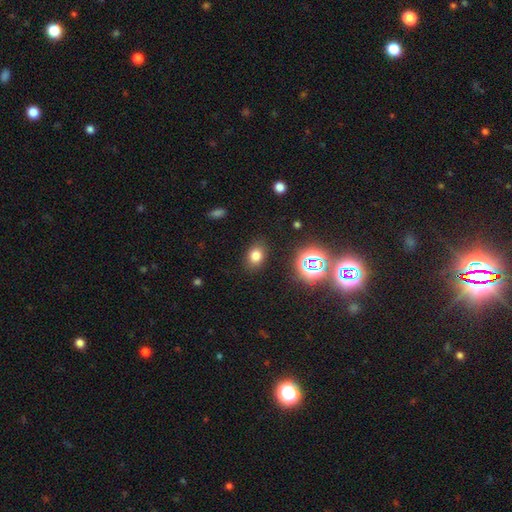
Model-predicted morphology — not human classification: Smooth or featured? smooth (74%)
How rounded? in between (65%)
Merging? none (84%)